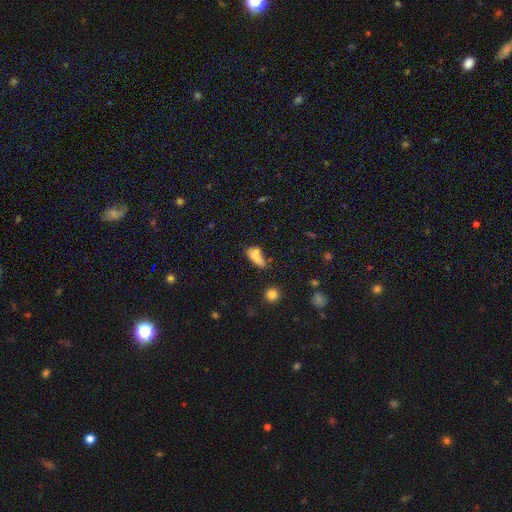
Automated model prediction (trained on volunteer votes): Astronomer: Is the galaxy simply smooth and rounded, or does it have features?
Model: smooth — 72%.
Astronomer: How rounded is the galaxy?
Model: in between — 68%.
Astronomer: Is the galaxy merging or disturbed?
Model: none — 37% (runner-up: merger, 25%).